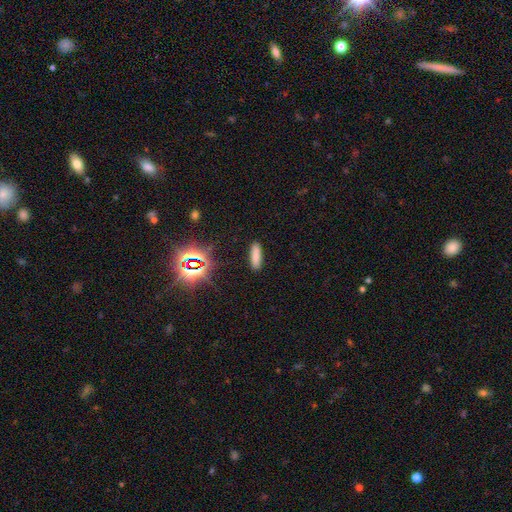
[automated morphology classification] Q: Smooth or featured?
A: smooth (76%); runner-up: star or artifact (16%)
Q: How rounded?
A: cigar-shaped (60%); runner-up: in between (38%)
Q: Merging?
A: none (89%); runner-up: minor disturbance (8%)